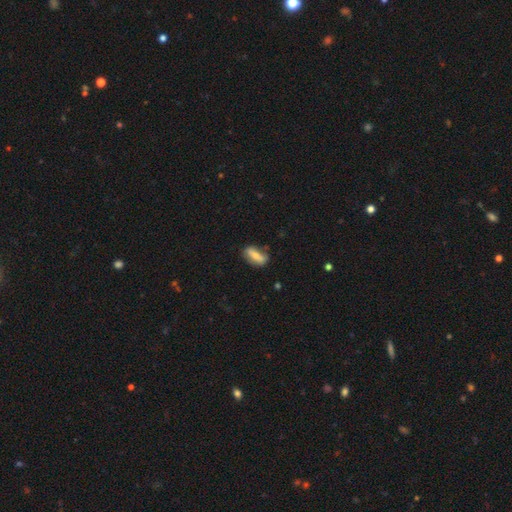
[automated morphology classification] type=smooth (64%); roundness=in between (75%); merging=none (69%).